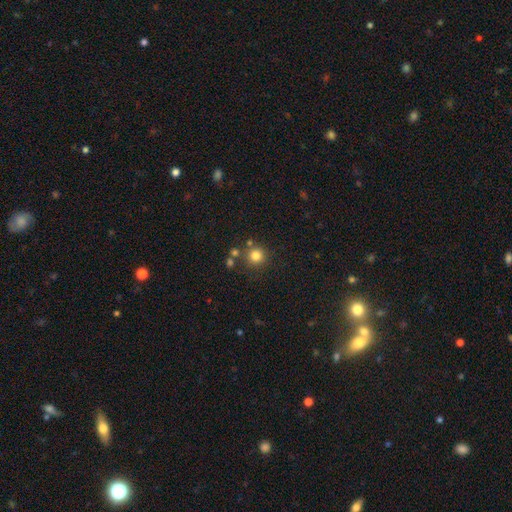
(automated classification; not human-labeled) Smooth or featured?
  - smooth: 81% *
  - star or artifact: 13%
  - featured or disk: 6%
How rounded?
  - round: 94% *
  - in between: 6%
  - cigar-shaped: 1%
Merging?
  - none: 78% *
  - merger: 10%
  - minor disturbance: 8%
  - major disturbance: 3%